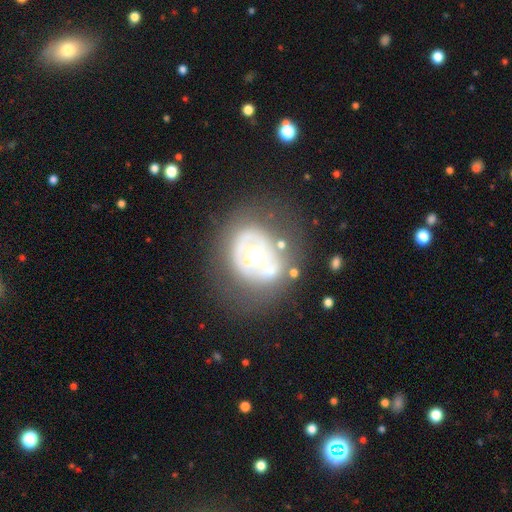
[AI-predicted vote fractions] Q: Smooth or featured?
A: featured or disk (66%); runner-up: smooth (27%)
Q: Edge-on disk?
A: no (95%); runner-up: yes (5%)
Q: Bar?
A: no (85%); runner-up: weak (10%)
Q: Spiral arms?
A: no (81%); runner-up: yes (19%)
Q: Bulge size?
A: moderate (70%); runner-up: large (18%)
Q: Merging?
A: none (62%); runner-up: minor disturbance (19%)